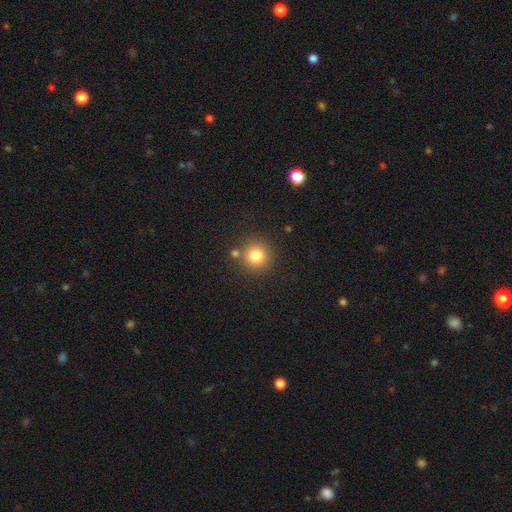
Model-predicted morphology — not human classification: smooth 81%, star or artifact 12%, featured or disk 8%. Down the decision tree: how rounded — round (94%); merging — none (80%).